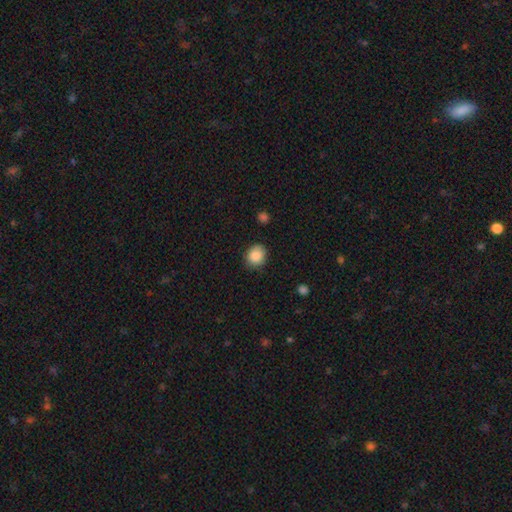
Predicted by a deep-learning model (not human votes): A smooth galaxy with no disk features (88%) that is round (76%).

Vote fractions:
- Smooth or featured? smooth: 88% / star or artifact: 9% / featured or disk: 4%
- How rounded? round: 76% / in between: 23% / cigar-shaped: 1%
- Merging? none: 84% / minor disturbance: 12% / major disturbance: 3% / merger: 1%